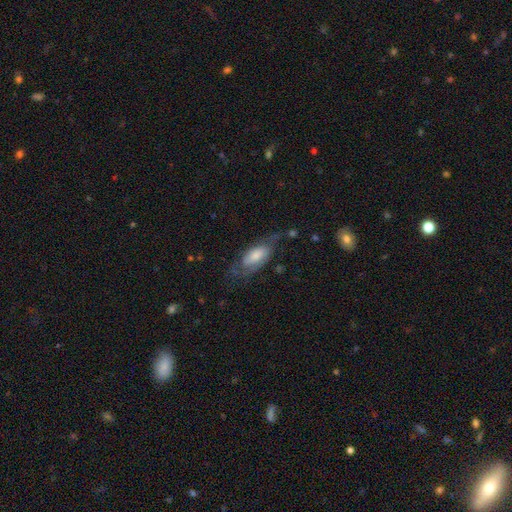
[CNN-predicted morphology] type=featured or disk (56%); edge-on=no (87%); merging=none (51%).